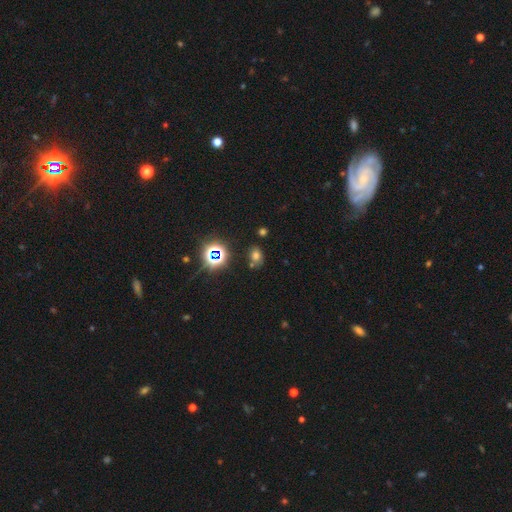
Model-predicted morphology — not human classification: This appears to be a smooth galaxy with no disk features (61%) that is in between round and cigar-shaped (63%). Merging: none (71%).